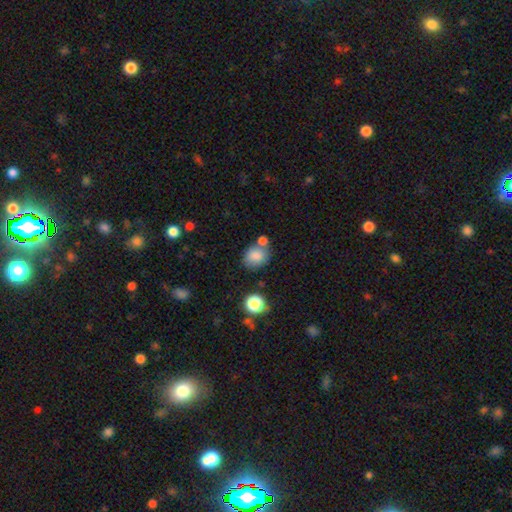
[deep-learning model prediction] The model was most divided on "how rounded": round: 54%, in between: 45%, cigar-shaped: 1%. More confident: smooth or featured — smooth (82%); merging — none (60%).